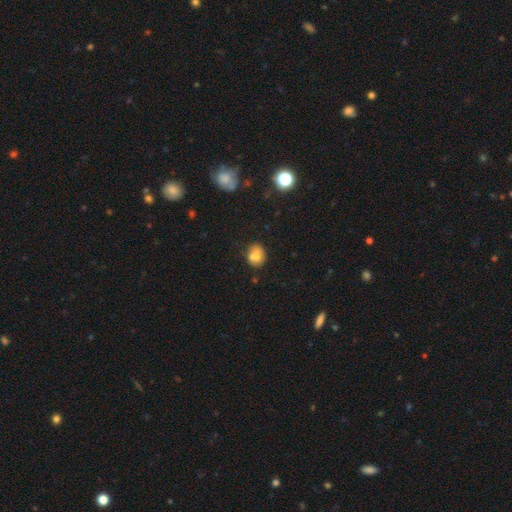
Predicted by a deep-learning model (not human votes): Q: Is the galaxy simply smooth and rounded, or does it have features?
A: smooth — 68%.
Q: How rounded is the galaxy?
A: round — 53%.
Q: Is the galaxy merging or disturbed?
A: none — 51%.